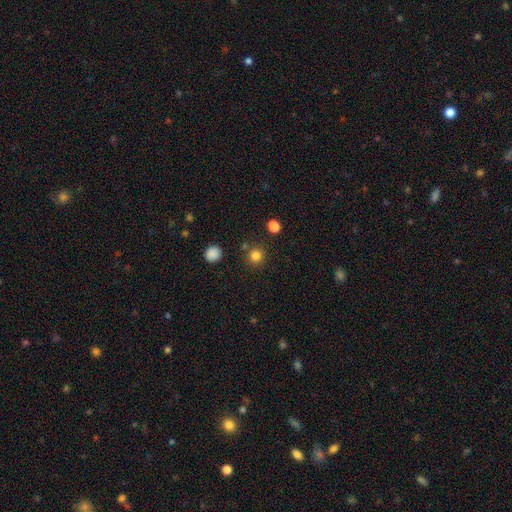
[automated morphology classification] A smooth galaxy with no disk features (82%) that is round (91%). Merging: none (84%).